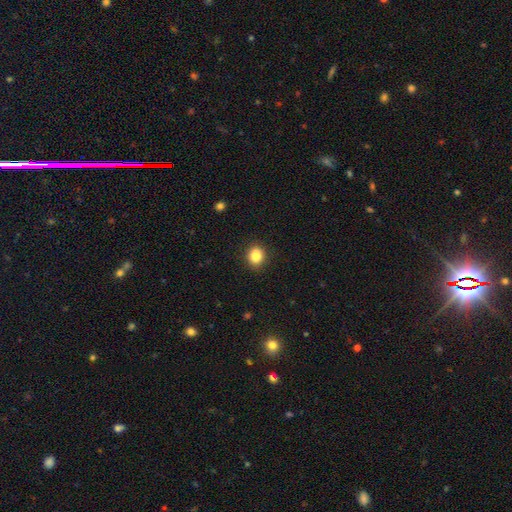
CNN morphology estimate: A smooth galaxy with no disk features (85%) that is round (65%).

Vote fractions:
- Smooth or featured? smooth: 85% / star or artifact: 10% / featured or disk: 5%
- How rounded? round: 65% / in between: 34% / cigar-shaped: 1%
- Merging? none: 90% / minor disturbance: 7% / major disturbance: 2% / merger: 1%